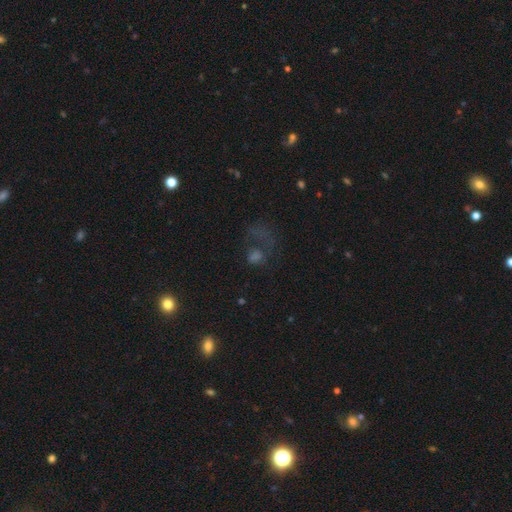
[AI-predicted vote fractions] Overall: smooth (43%; star or artifact 33%). Merging: major disturbance (40%; none 39%).